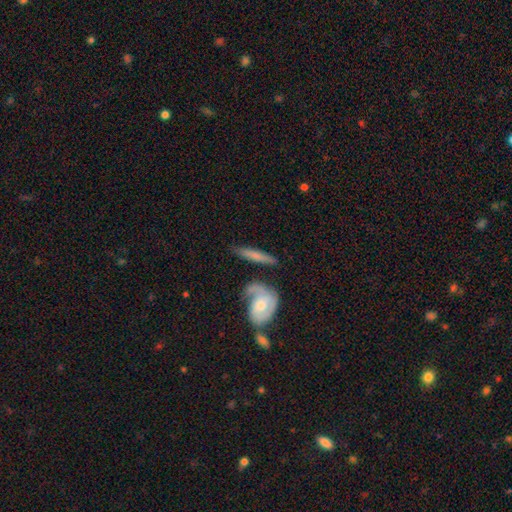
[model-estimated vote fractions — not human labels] The model was most divided on "smooth or featured": smooth: 50%, featured or disk: 44%, star or artifact: 6%. More confident: merging — none (59%).